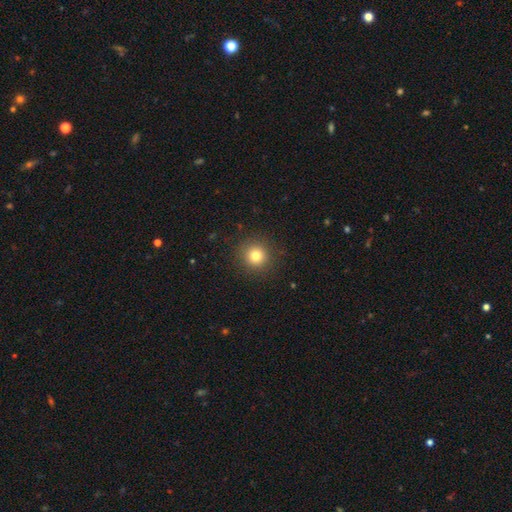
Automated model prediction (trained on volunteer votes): This appears to be a smooth galaxy with no disk features (80%) that is round (95%). Merging: none (91%).